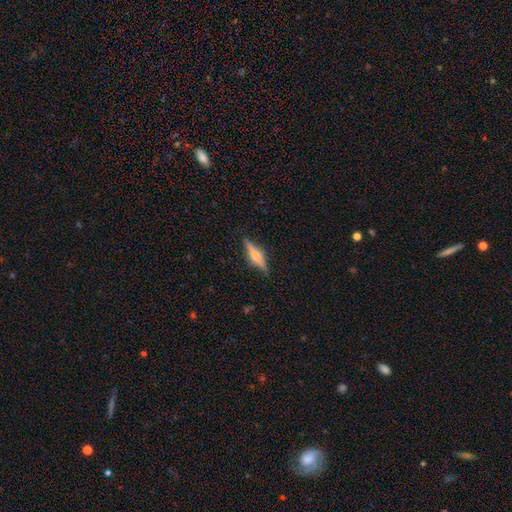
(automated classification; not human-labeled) Smooth or featured? featured or disk (65%)
Edge-on disk? yes (96%)
Edge-on bulge? rounded (84%)
Merging? none (86%)